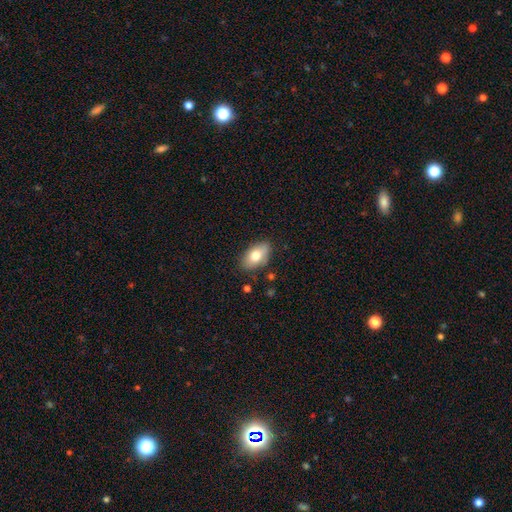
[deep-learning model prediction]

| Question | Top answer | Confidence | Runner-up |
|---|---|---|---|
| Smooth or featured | smooth | 76% | featured or disk (17%) |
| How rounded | in between | 92% | round (6%) |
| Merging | none | 80% | minor disturbance (15%) |